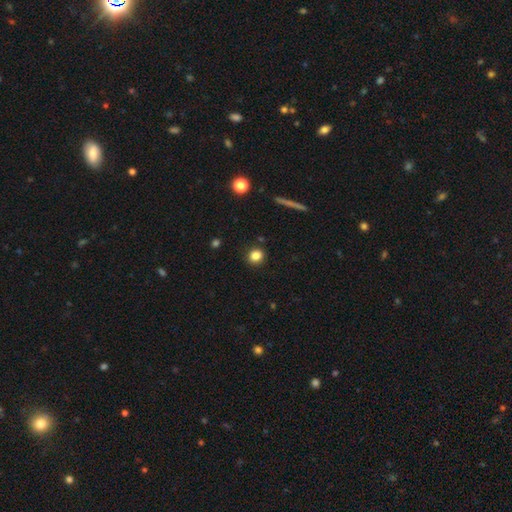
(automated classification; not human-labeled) Q: Smooth or featured?
A: smooth (83%); runner-up: star or artifact (11%)
Q: How rounded?
A: round (80%); runner-up: in between (19%)
Q: Merging?
A: none (89%); runner-up: minor disturbance (7%)